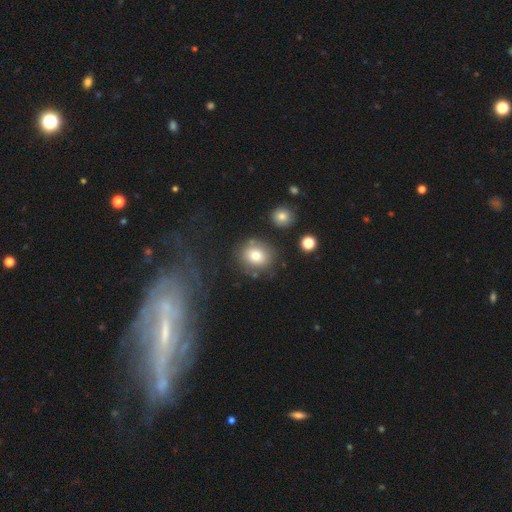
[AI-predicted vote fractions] Smooth or featured? Predicted: smooth (p=0.80). How rounded? Predicted: round (p=0.69). Merging? Predicted: none (p=0.74).